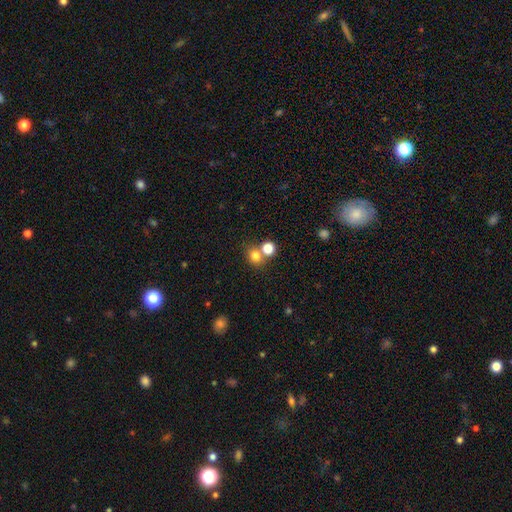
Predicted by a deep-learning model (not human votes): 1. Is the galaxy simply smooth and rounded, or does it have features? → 78% smooth, 14% star or artifact, 8% featured or disk.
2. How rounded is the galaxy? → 74% round, 25% in between, 1% cigar-shaped.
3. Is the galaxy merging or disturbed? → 54% none, 35% merger, 8% minor disturbance, 3% major disturbance.